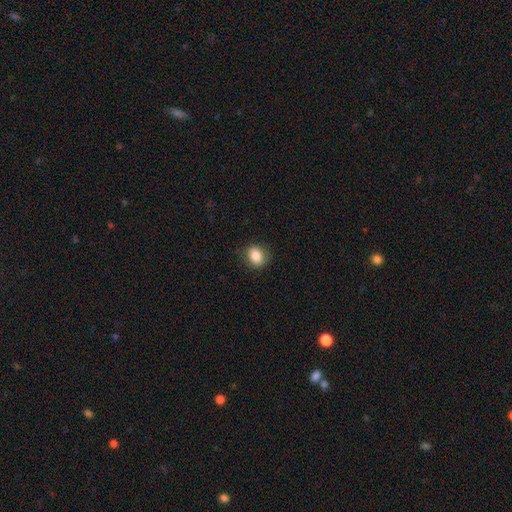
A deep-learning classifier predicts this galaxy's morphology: A smooth galaxy with no disk features (84%) that is round (50%). Merging: none (83%).